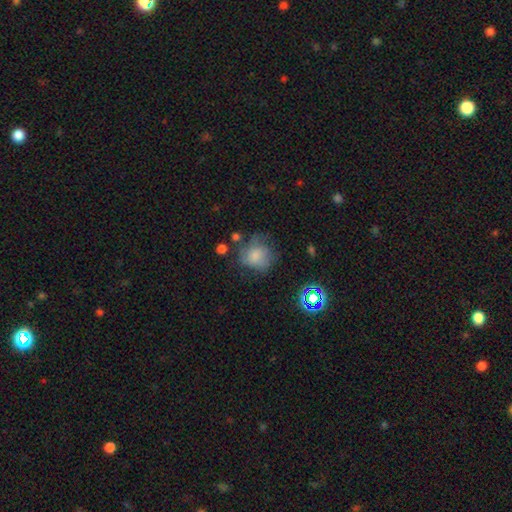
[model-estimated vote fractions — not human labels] This is likely a smooth galaxy (67%). How rounded: likely round (69%). Merging: marginally none (44%).